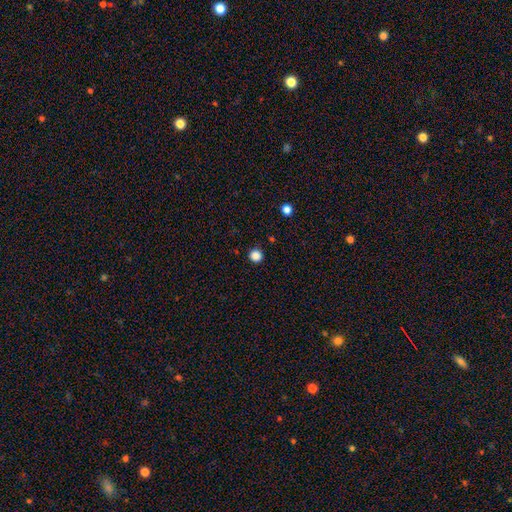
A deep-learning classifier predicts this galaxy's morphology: smooth_or_featured: smooth (p=0.86) [alt: star or artifact p=0.12]
how_rounded: round (p=0.95) [alt: in between p=0.04]
merging: none (p=0.92) [alt: minor disturbance p=0.05]